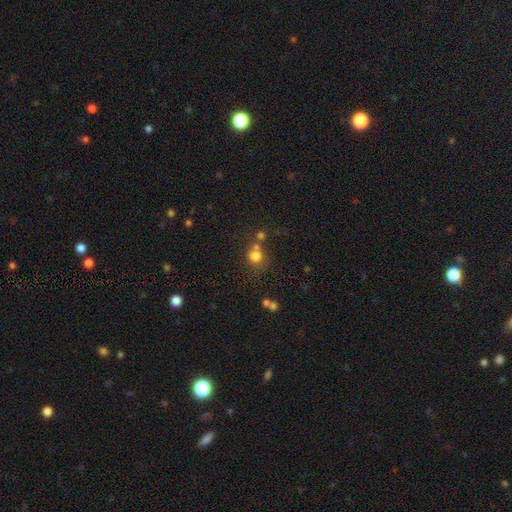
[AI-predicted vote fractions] Smooth or featured? smooth (76%)
How rounded? round (85%)
Merging? none (54%)